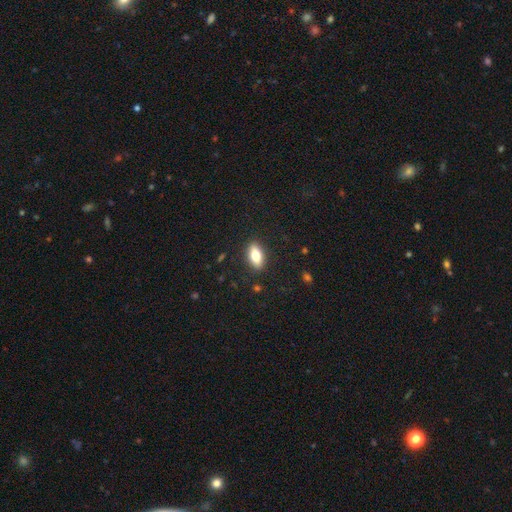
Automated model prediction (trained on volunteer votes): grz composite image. It shows a smooth galaxy with no disk features (74%) that is in between round and cigar-shaped (84%). Merging: none (88%).